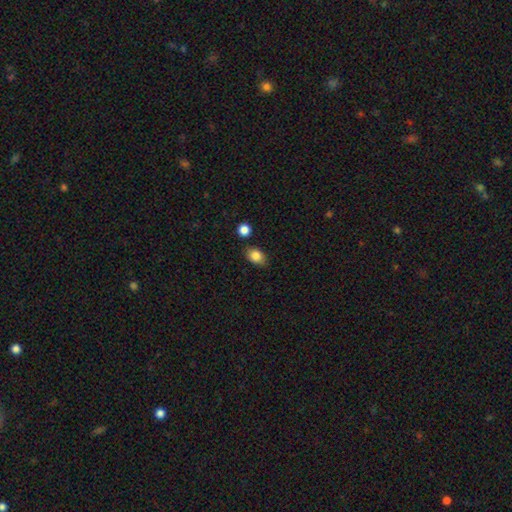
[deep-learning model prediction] Q: Smooth or featured?
A: smooth (84%); runner-up: star or artifact (9%)
Q: How rounded?
A: in between (74%); runner-up: round (24%)
Q: Merging?
A: none (80%); runner-up: minor disturbance (13%)